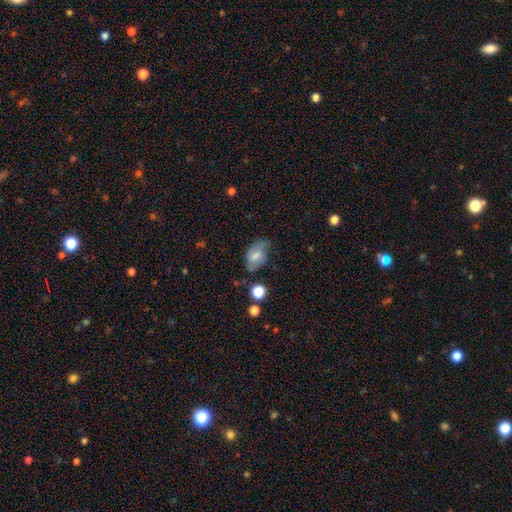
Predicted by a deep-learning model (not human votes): Morphology: type=smooth (64%); roundness=in between (86%); merging=none (53%).